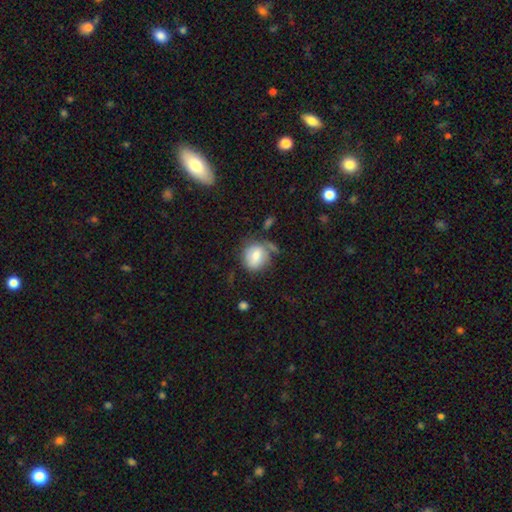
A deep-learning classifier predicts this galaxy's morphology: The model was most divided on "merging": none: 52%, minor disturbance: 24%, major disturbance: 12%, merger: 12%. More confident: smooth or featured — smooth (74%); how rounded — round (65%).